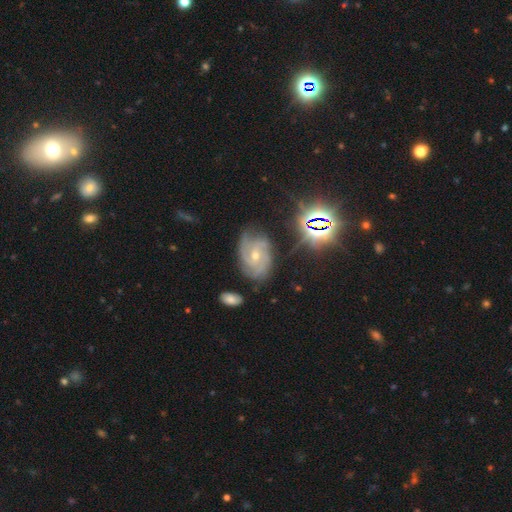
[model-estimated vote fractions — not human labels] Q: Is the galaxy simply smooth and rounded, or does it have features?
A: featured or disk — 81%.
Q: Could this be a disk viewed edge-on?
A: no — 97%.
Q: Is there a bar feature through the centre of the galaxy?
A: no — 60%.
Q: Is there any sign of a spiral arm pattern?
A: yes — 96%.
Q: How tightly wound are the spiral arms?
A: tight — 56%.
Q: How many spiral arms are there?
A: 3 — 37%.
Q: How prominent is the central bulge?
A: small — 55%.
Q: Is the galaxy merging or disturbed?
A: none — 67%.